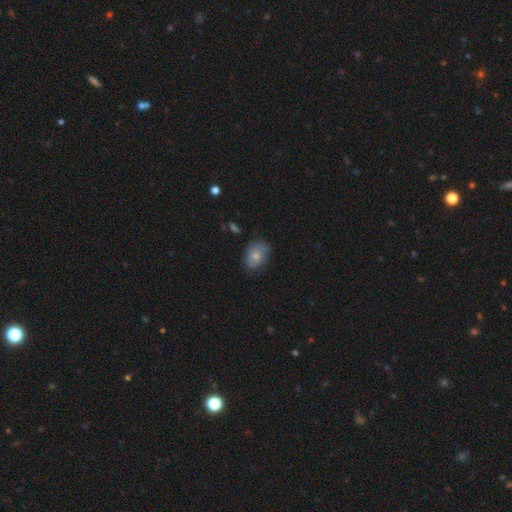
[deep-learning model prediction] A smooth galaxy with no disk features (76%) that is in between round and cigar-shaped (82%).

Vote fractions:
- Smooth or featured? smooth: 76% / featured or disk: 17% / star or artifact: 8%
- How rounded? in between: 82% / round: 16% / cigar-shaped: 1%
- Merging? none: 62% / minor disturbance: 29% / major disturbance: 7% / merger: 2%